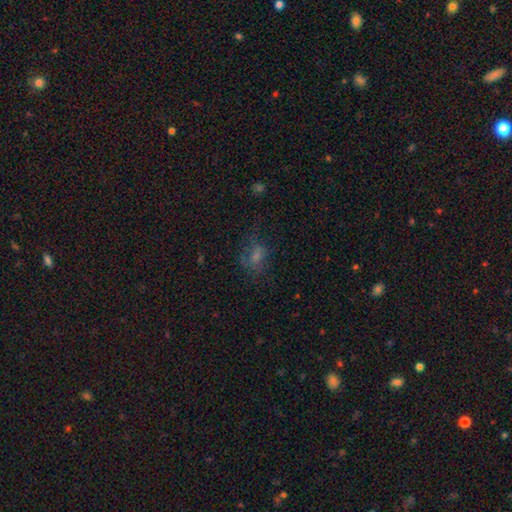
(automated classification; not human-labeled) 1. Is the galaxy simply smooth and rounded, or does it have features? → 52% smooth, 25% featured or disk, 22% star or artifact.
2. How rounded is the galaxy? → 60% in between, 37% round, 3% cigar-shaped.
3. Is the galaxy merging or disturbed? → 51% none, 25% major disturbance, 22% minor disturbance, 2% merger.